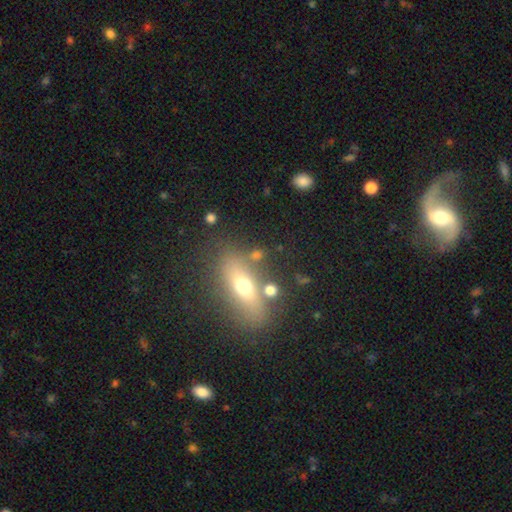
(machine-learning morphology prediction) The model was most divided on "smooth or featured": smooth: 57%, featured or disk: 29%, star or artifact: 13%. More confident: merging — none (72%); how rounded — in between (59%).